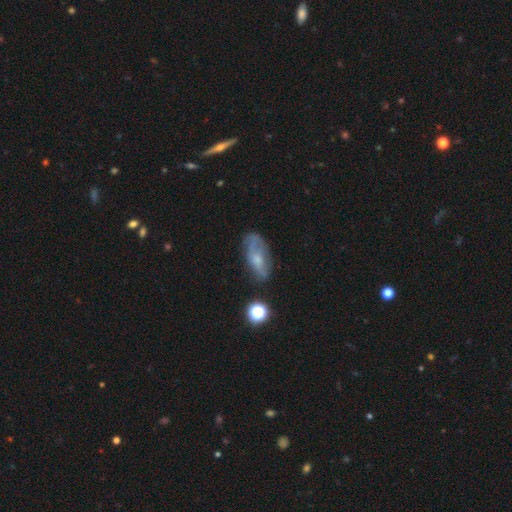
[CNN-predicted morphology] Overall: smooth (44%; featured or disk 43%). Merging: none (63%; minor disturbance 25%).